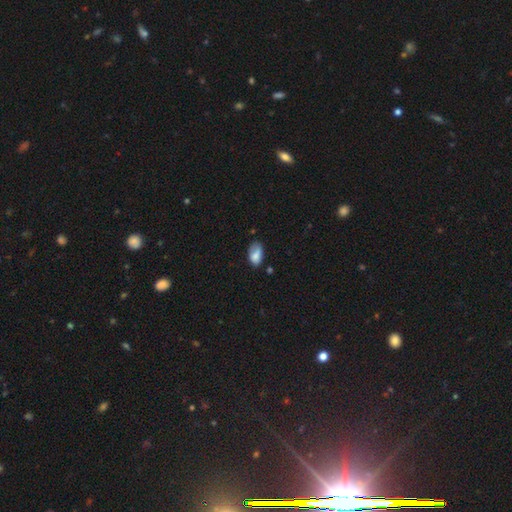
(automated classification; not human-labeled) smooth_or_featured: smooth (p=0.79) [alt: featured or disk p=0.13]
how_rounded: in between (p=0.92) [alt: round p=0.06]
merging: none (p=0.50) [alt: minor disturbance p=0.34]